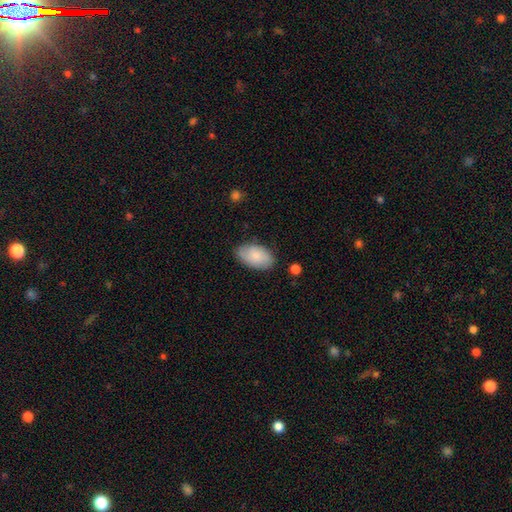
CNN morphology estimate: smooth-or-featured: smooth: 78% | featured or disk: 16% | star or artifact: 6%
  how-rounded: in between: 94% | round: 4% | cigar-shaped: 2%
  merging: none: 78% | minor disturbance: 17% | major disturbance: 3% | merger: 2%